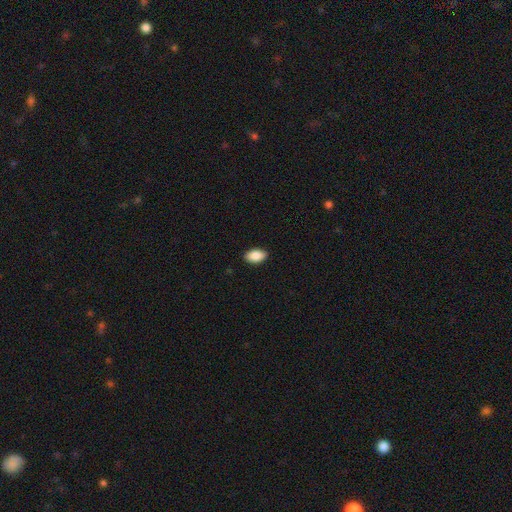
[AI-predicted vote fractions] This appears to be a smooth galaxy with no disk features (89%) that is in between round and cigar-shaped (93%). Merging: none (90%).